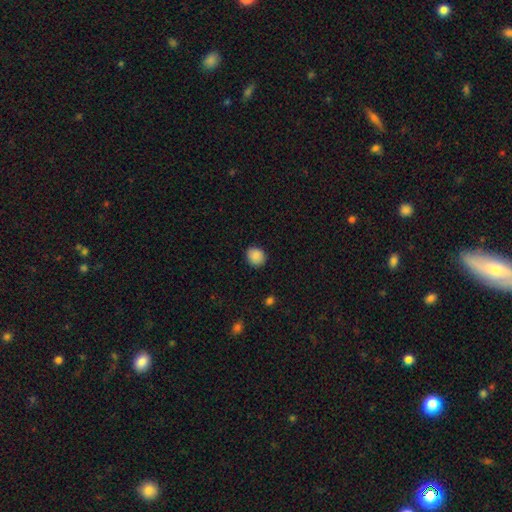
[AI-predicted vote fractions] Smooth or featured: smooth — 88% (star or artifact — 8%)
How rounded: round — 74% (in between — 25%)
Merging: none — 86% (minor disturbance — 10%)